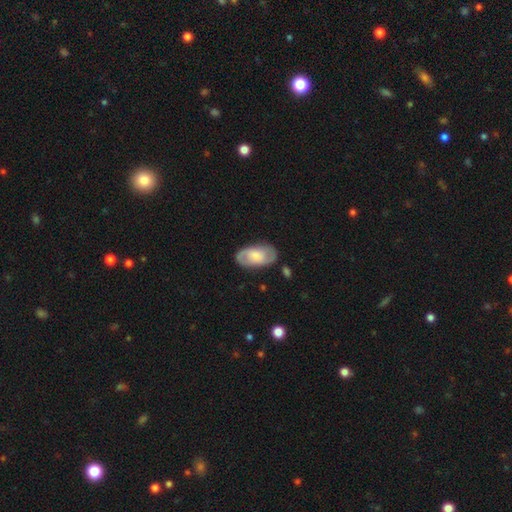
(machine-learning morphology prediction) Smooth or featured: featured or disk — 52% (smooth — 42%)
Edge-on disk: no — 94% (yes — 6%)
Merging: none — 79% (minor disturbance — 14%)